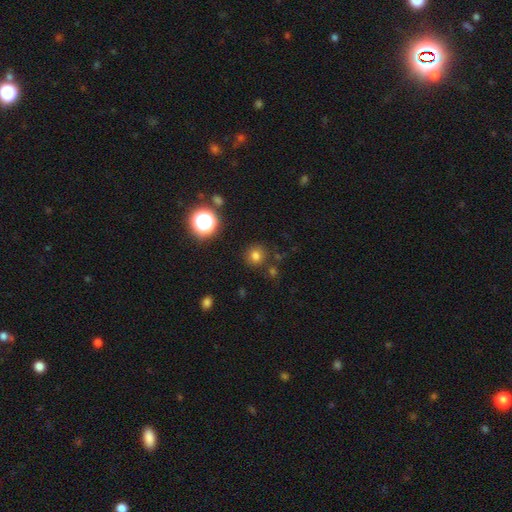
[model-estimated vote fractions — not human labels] smooth 75%, star or artifact 18%, featured or disk 6%. Down the decision tree: how rounded — round (90%); merging — none (85%).